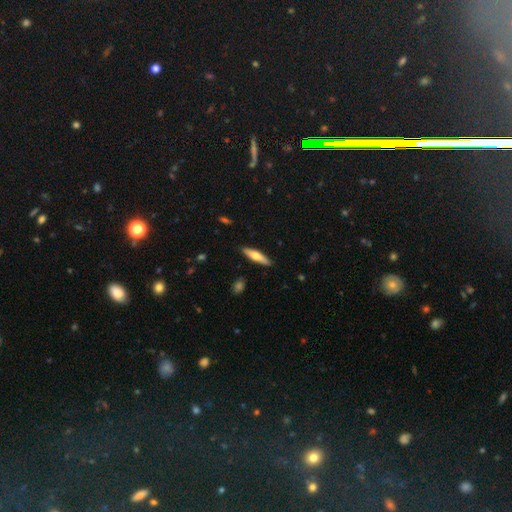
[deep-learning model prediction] smooth-or-featured: smooth: 53% | featured or disk: 42% | star or artifact: 6%
  how-rounded: cigar-shaped: 76% | in between: 22% | round: 2%
  merging: none: 89% | minor disturbance: 8% | major disturbance: 2% | merger: 1%